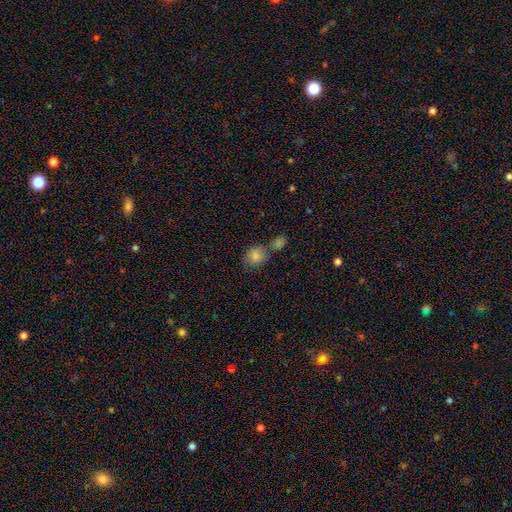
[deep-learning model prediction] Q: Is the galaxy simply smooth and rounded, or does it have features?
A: smooth — 80%.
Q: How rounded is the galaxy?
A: round — 55%.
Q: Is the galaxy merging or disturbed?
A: none — 45%.